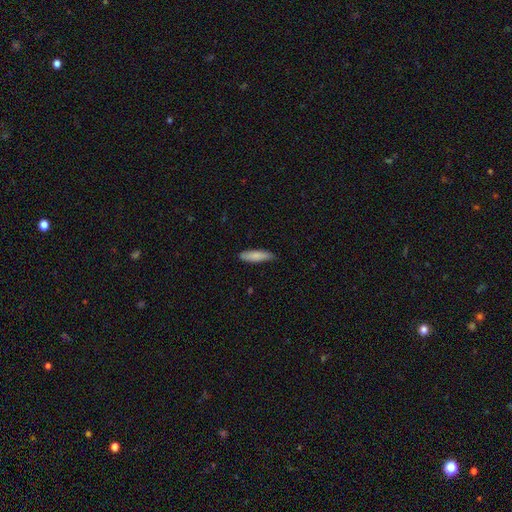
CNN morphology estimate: A smooth galaxy with no disk features (84%) that is cigar-shaped (66%). Merging: none (83%).